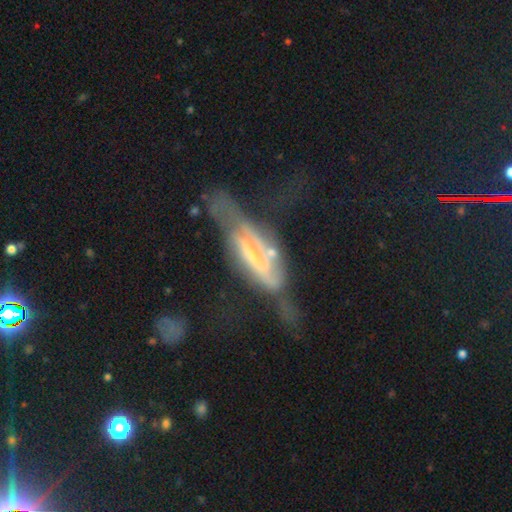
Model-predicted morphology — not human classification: Smooth or featured? featured or disk (73%)
Edge-on disk? no (59%)
Merging? major disturbance (41%)